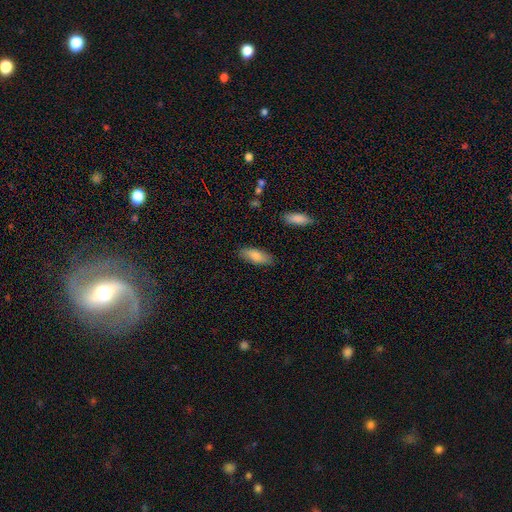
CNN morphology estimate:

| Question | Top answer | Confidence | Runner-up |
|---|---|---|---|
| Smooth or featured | smooth | 83% | featured or disk (11%) |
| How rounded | in between | 77% | cigar-shaped (21%) |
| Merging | none | 85% | minor disturbance (11%) |